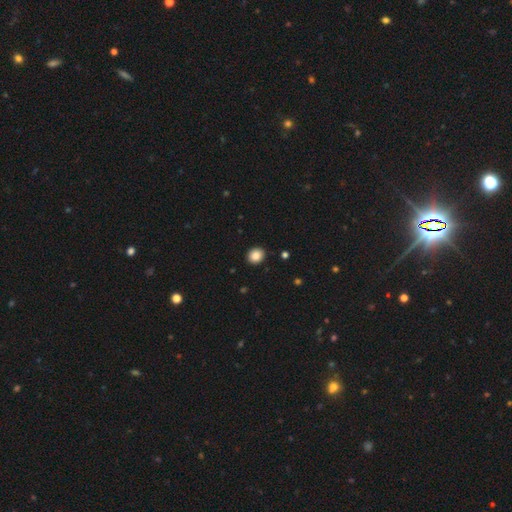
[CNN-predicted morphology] smooth-or-featured: smooth: 87% | star or artifact: 9% | featured or disk: 4%
  how-rounded: round: 68% | in between: 31% | cigar-shaped: 1%
  merging: none: 91% | minor disturbance: 6% | major disturbance: 2% | merger: 1%